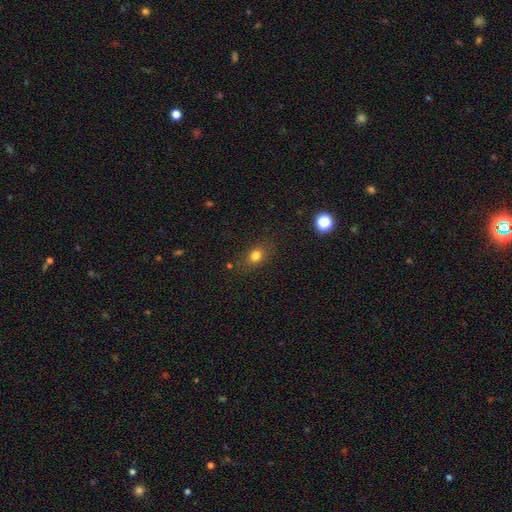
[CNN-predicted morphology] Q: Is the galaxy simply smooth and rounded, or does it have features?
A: smooth — 76%.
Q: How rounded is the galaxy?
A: in between — 54%.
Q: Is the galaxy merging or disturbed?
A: none — 77%.